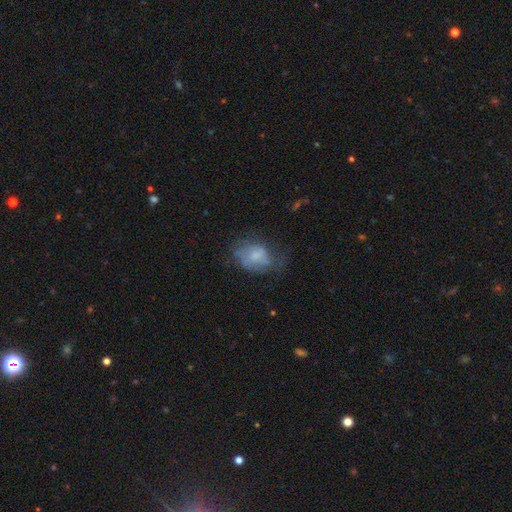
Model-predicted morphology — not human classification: A smooth galaxy with no disk features (57%) that is in between round and cigar-shaped (72%). Merging: none (41%).